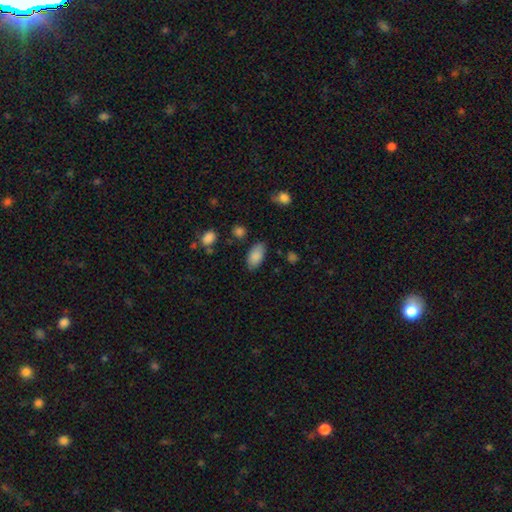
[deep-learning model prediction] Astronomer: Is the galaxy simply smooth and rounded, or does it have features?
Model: smooth — 87%.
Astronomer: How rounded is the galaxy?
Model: in between — 94%.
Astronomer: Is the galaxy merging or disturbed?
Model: none — 81%.